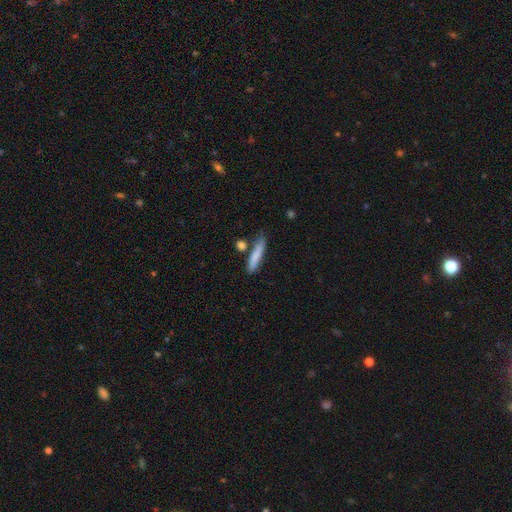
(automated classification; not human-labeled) smooth 79%, featured or disk 14%, star or artifact 7%. Down the decision tree: how rounded — cigar-shaped (84%); merging — none (68%).